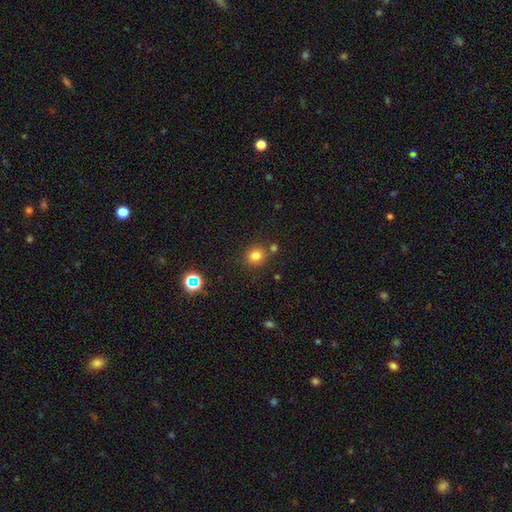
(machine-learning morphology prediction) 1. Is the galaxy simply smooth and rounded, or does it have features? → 78% smooth, 15% star or artifact, 7% featured or disk.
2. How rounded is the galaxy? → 85% round, 14% in between, 1% cigar-shaped.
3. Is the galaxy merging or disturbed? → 78% none, 10% merger, 9% minor disturbance, 3% major disturbance.